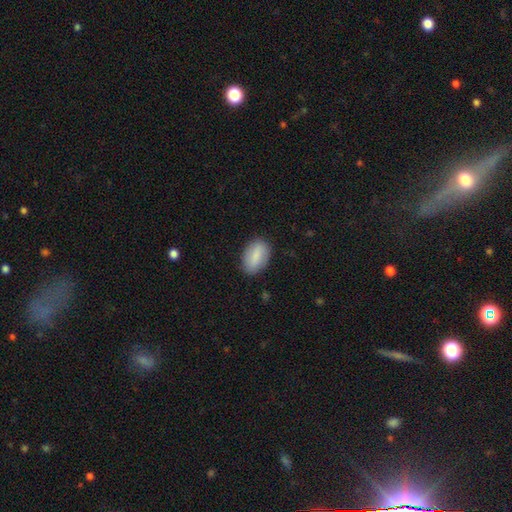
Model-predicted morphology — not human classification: Smooth or featured?
  - smooth: 83% *
  - featured or disk: 10%
  - star or artifact: 7%
How rounded?
  - in between: 91% *
  - round: 6%
  - cigar-shaped: 2%
Merging?
  - none: 83% *
  - minor disturbance: 13%
  - major disturbance: 3%
  - merger: 1%